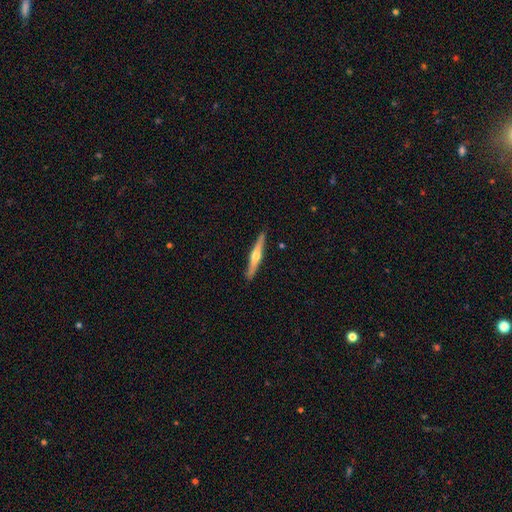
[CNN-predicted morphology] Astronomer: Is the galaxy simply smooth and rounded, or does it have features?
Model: featured or disk — 64%.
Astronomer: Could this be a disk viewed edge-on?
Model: yes — 97%.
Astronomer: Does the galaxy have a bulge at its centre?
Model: rounded — 90%.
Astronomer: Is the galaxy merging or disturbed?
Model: none — 90%.